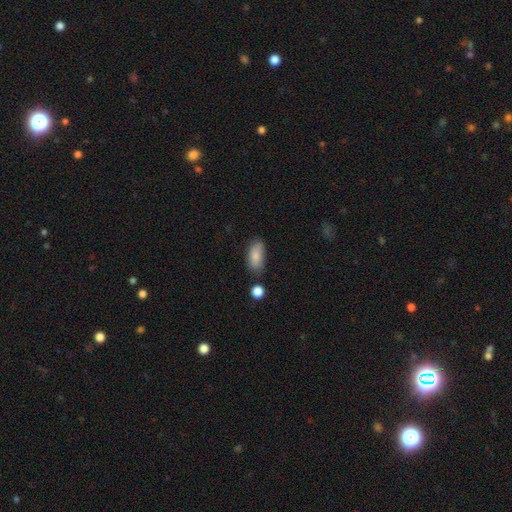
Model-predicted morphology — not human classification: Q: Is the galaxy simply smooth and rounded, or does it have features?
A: smooth — 84%.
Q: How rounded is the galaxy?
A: in between — 89%.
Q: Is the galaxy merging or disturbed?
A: none — 74%.